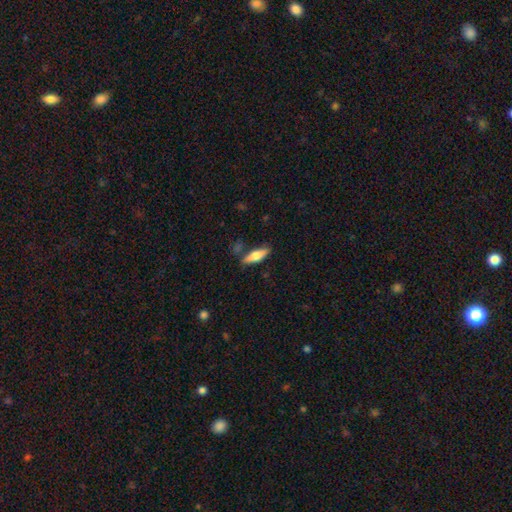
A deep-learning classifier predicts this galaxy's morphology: Overall: smooth (58%; featured or disk 36%). How rounded: cigar-shaped (57%; in between 41%). Merging: none (78%).